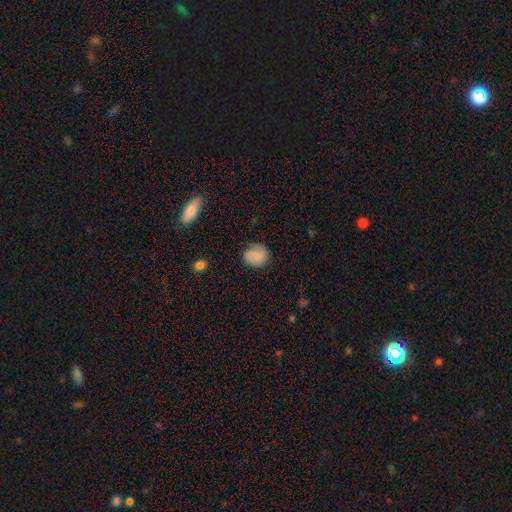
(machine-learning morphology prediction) Smooth or featured: smooth — 71% (featured or disk — 20%)
How rounded: round — 79% (in between — 20%)
Merging: none — 83% (minor disturbance — 12%)